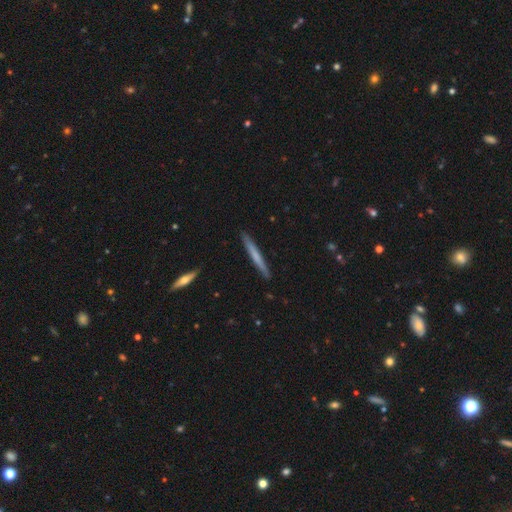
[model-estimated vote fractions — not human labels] Morphology: type=smooth (56%); roundness=cigar-shaped (97%); merging=none (90%).